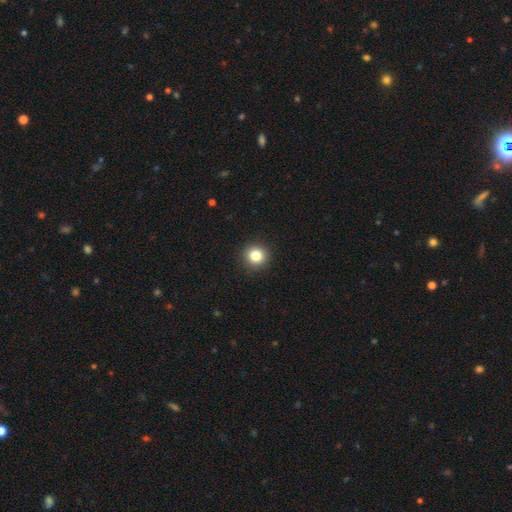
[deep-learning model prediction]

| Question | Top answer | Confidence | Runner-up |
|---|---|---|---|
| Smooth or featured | smooth | 83% | star or artifact (11%) |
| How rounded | round | 94% | in between (5%) |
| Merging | none | 92% | minor disturbance (5%) |